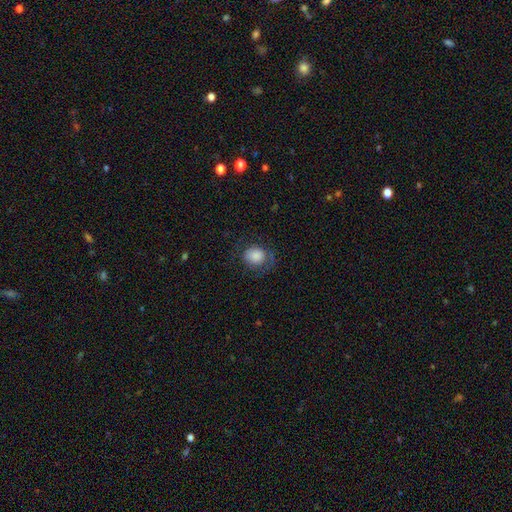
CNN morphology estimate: The model was most divided on "merging": none: 61%, minor disturbance: 22%, major disturbance: 16%, merger: 1%. More confident: smooth or featured — smooth (80%); how rounded — round (71%).